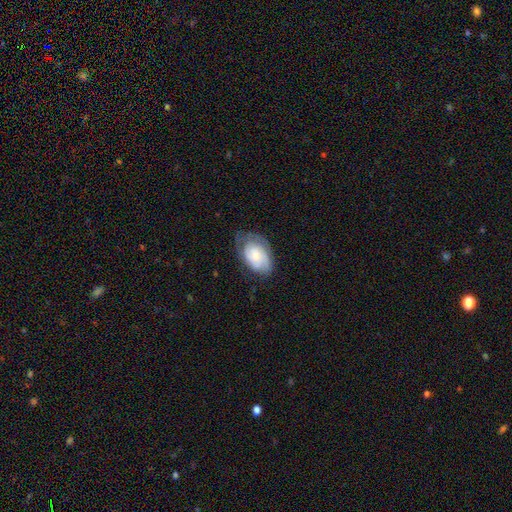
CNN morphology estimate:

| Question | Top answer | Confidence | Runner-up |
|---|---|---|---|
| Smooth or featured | featured or disk | 56% | smooth (37%) |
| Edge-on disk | no | 96% | yes (4%) |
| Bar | no | 73% | weak (23%) |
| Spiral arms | yes | 84% | no (16%) |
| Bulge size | small | 52% | moderate (36%) |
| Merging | none | 57% | minor disturbance (29%) |